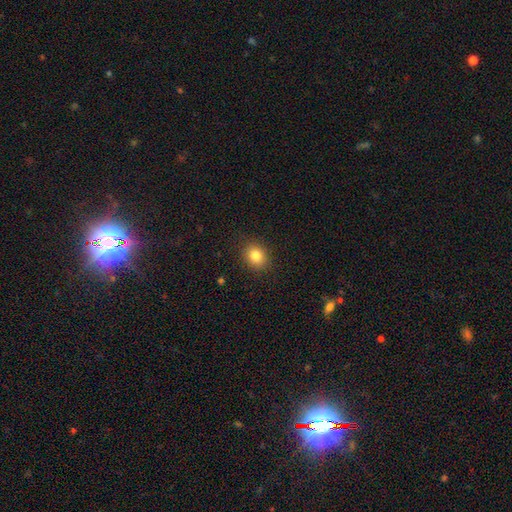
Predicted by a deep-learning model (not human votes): Smooth or featured: smooth — 84% (star or artifact — 10%)
How rounded: round — 59% (in between — 40%)
Merging: none — 88% (minor disturbance — 8%)